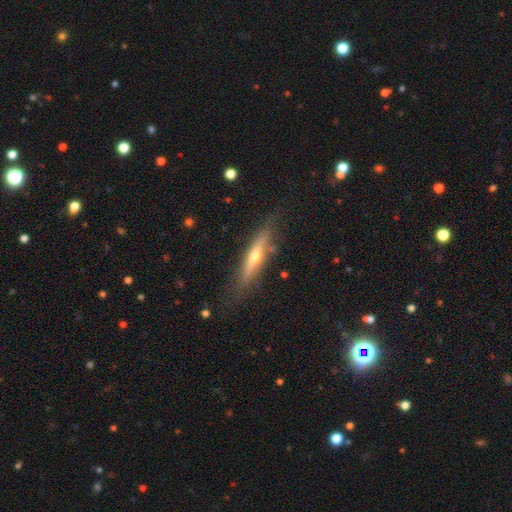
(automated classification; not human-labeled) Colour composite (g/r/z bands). It shows a featured or disk galaxy (61%) viewed edge-on (89%) with a rounded central bulge (84%). Merging: none (79%).